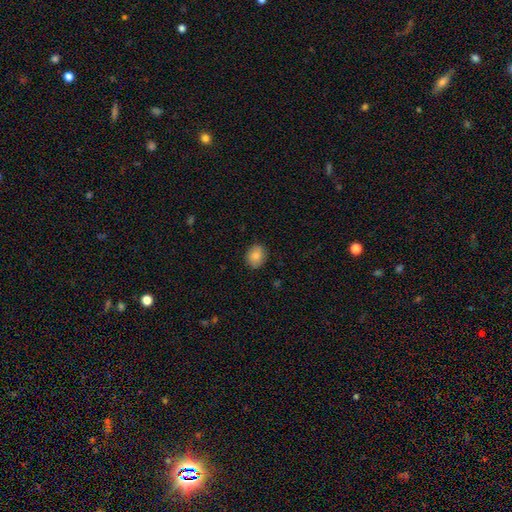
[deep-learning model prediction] Morphology: type=smooth (84%); roundness=round (51%); merging=none (87%).